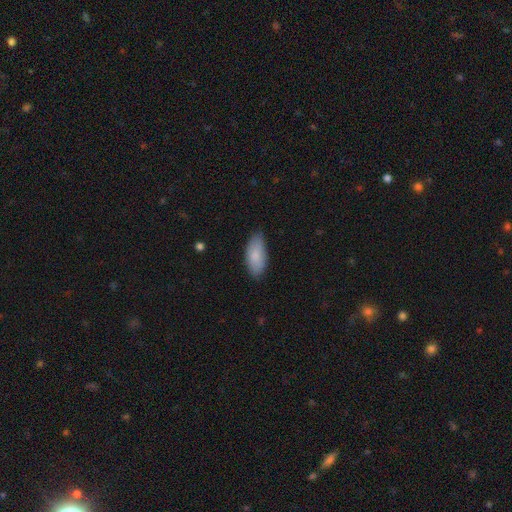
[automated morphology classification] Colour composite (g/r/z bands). It shows a smooth galaxy with no disk features (85%) that is in between round and cigar-shaped (88%). Merging: none (81%).